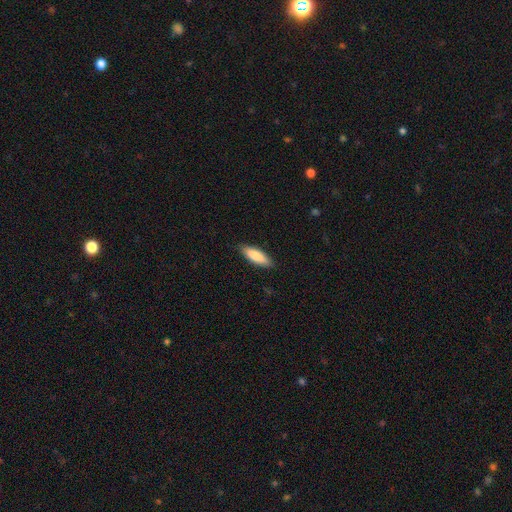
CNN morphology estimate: Smooth or featured? smooth (85%)
How rounded? cigar-shaped (50%)
Merging? none (87%)